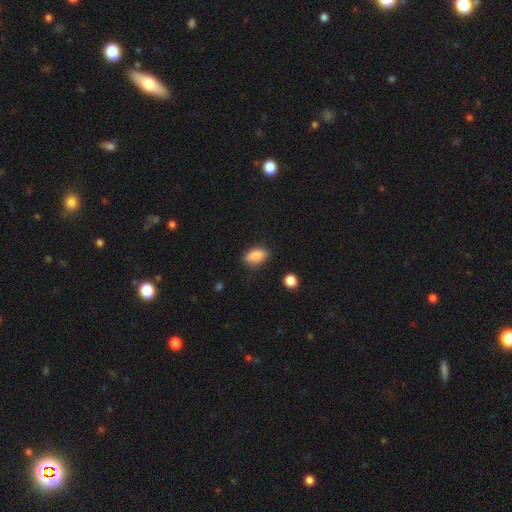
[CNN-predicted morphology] This appears to be a smooth galaxy with no disk features (85%) that is in between round and cigar-shaped (88%). Merging: none (81%).